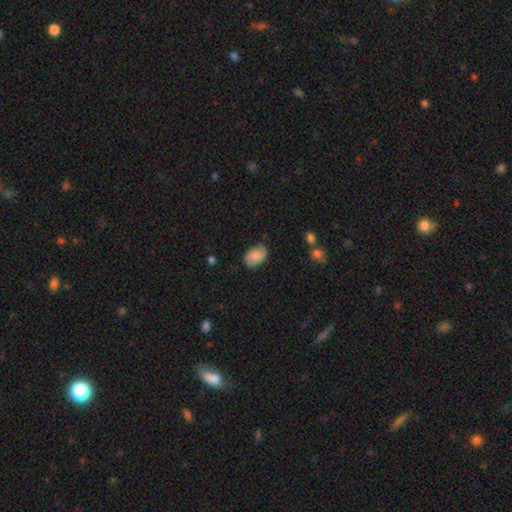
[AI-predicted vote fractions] Smooth or featured? smooth (72%)
How rounded? in between (86%)
Merging? none (69%)